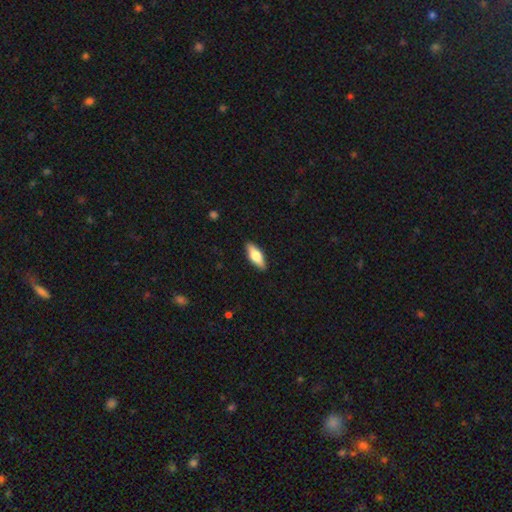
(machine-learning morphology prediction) smooth_or_featured: smooth (p=0.62) [alt: featured or disk p=0.32]
how_rounded: in between (p=0.68) [alt: cigar-shaped p=0.30]
merging: none (p=0.89) [alt: minor disturbance p=0.08]